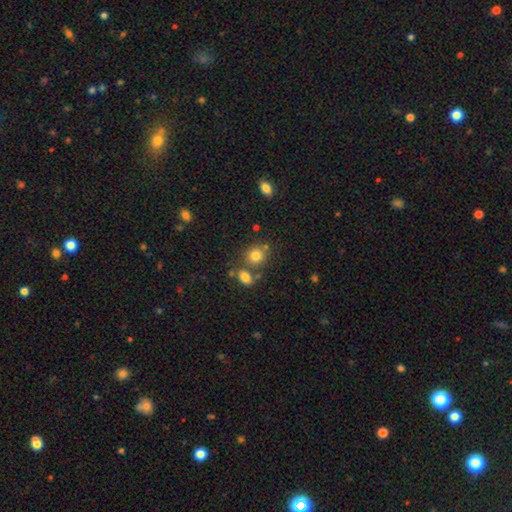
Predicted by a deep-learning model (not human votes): smooth 78%, star or artifact 12%, featured or disk 9%. Down the decision tree: how rounded — round (75%); merging — none (61%).